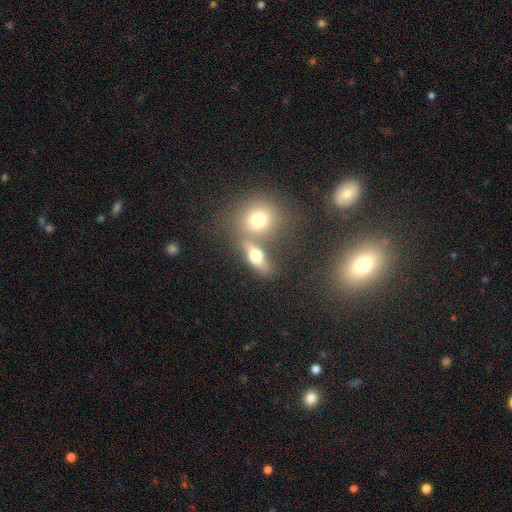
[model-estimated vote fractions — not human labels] smooth_or_featured: smooth (p=0.62) [alt: featured or disk p=0.27]
how_rounded: in between (p=0.51) [alt: round p=0.33]
merging: none (p=0.51) [alt: merger p=0.34]